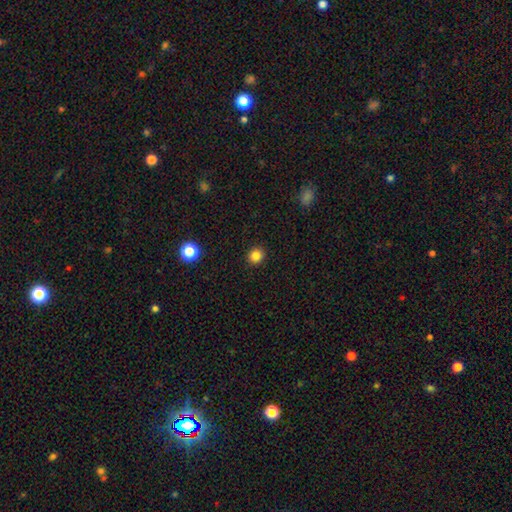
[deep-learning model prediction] A smooth galaxy with no disk features (84%) that is round (87%). Merging: none (92%).